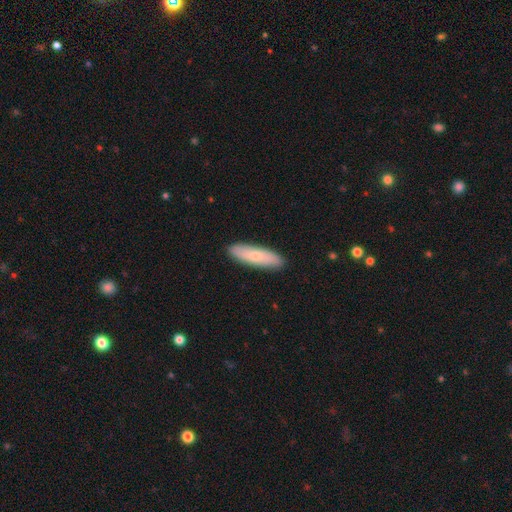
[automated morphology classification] This appears to be a smooth galaxy with no disk features (67%) that is cigar-shaped (64%). Merging: none (90%).